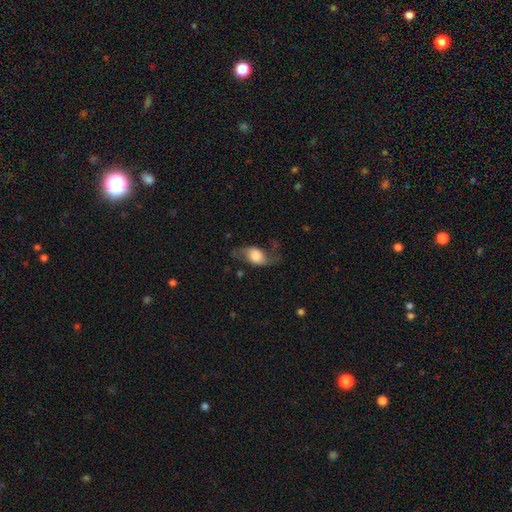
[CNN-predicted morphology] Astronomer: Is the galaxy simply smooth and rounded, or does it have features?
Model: featured or disk — 53% (runner-up: smooth, 39%).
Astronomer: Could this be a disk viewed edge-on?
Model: no — 90%.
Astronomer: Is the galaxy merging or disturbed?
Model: none — 57%.